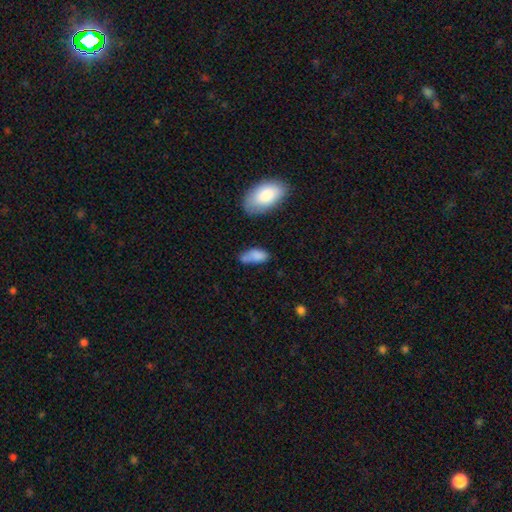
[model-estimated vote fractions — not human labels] This appears to be a smooth galaxy with no disk features (80%) that is in between round and cigar-shaped (87%). Merging: none (39%).